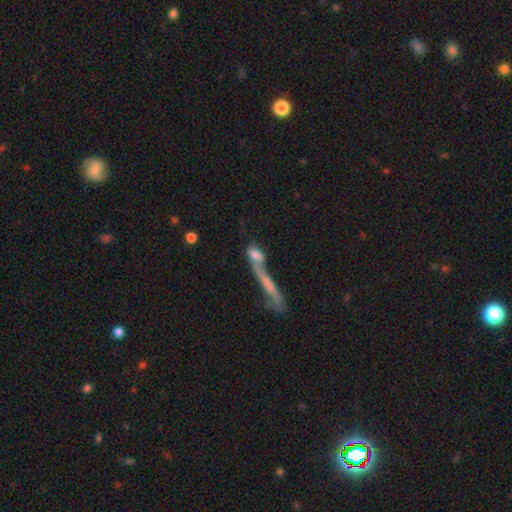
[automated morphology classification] This is possibly a smooth galaxy (57%). How rounded: possibly cigar-shaped (47%). Merging: possibly merger (58%).